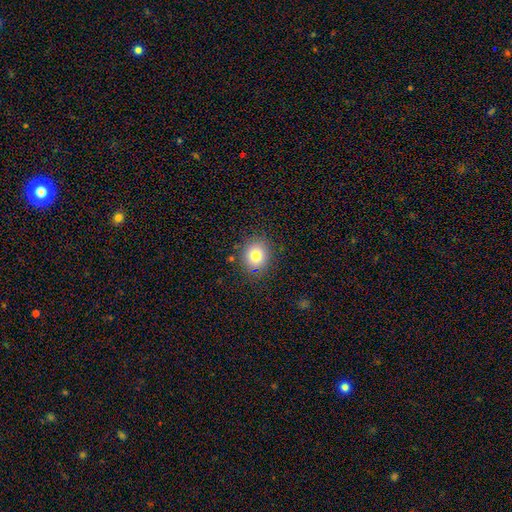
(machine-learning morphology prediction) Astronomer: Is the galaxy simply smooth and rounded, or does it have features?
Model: smooth — 78%.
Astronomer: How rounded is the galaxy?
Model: round — 71%.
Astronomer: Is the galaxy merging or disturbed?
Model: none — 84%.